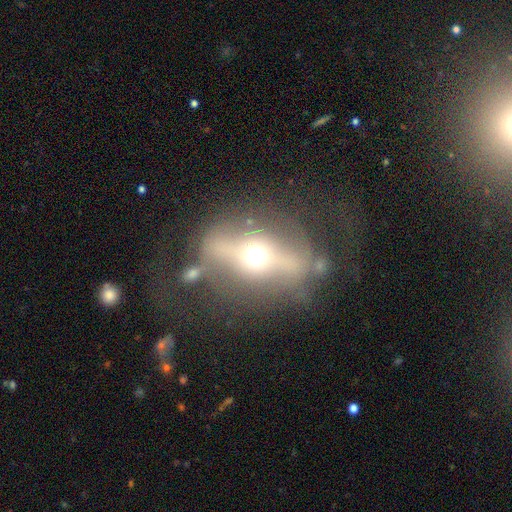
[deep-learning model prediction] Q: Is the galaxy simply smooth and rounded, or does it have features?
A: featured or disk — 72%.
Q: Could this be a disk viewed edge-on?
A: no — 59%.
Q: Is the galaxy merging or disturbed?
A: none — 59%.